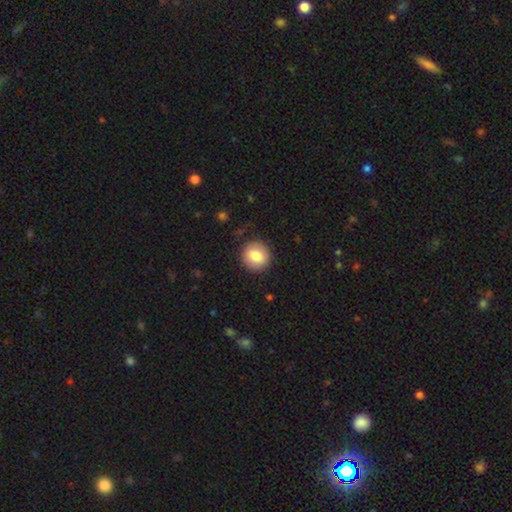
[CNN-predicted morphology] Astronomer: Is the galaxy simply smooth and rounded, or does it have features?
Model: smooth — 81%.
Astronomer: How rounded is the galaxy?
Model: round — 89%.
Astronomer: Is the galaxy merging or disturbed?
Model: none — 89%.